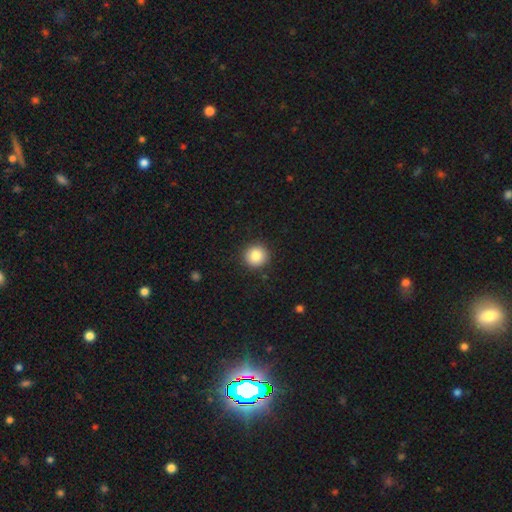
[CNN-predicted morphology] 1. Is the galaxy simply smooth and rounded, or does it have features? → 87% smooth, 9% star or artifact, 4% featured or disk.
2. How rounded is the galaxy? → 94% round, 5% in between, 1% cigar-shaped.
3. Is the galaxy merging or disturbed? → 91% none, 6% minor disturbance, 2% major disturbance, 1% merger.